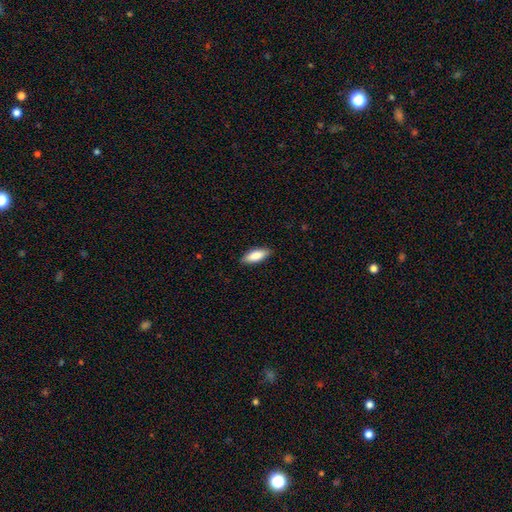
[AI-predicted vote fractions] Overall: smooth (85%). How rounded: in between (71%). Merging: none (87%).